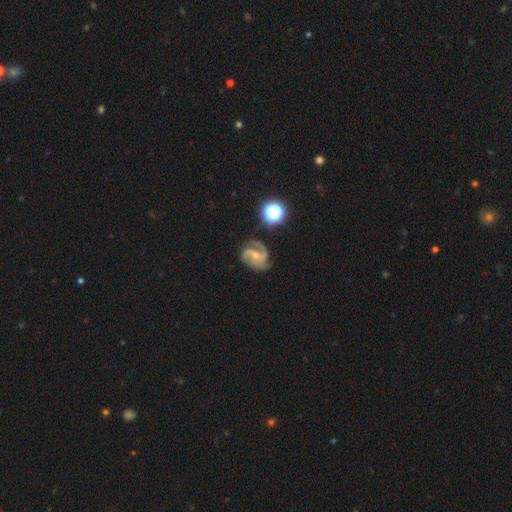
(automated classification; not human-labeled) Q: Smooth or featured?
A: featured or disk (85%); runner-up: smooth (8%)
Q: Edge-on disk?
A: no (98%); runner-up: yes (2%)
Q: Bar?
A: no (48%); runner-up: weak (37%)
Q: Spiral arms?
A: yes (97%); runner-up: no (3%)
Q: Spiral winding?
A: medium (53%); runner-up: tight (30%)
Q: Spiral arm count?
A: 3 (48%); runner-up: 2 (32%)
Q: Bulge size?
A: small (60%); runner-up: moderate (37%)
Q: Merging?
A: none (66%); runner-up: minor disturbance (22%)